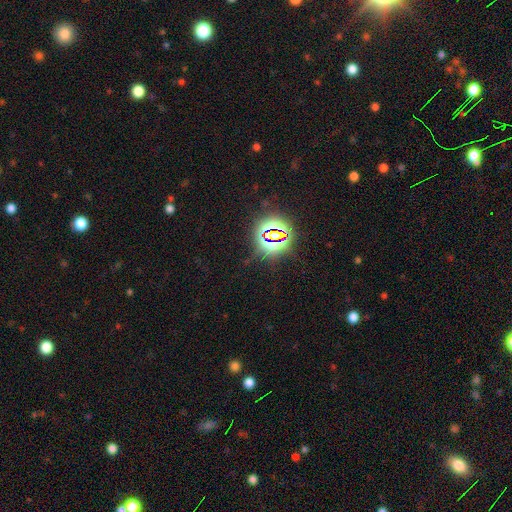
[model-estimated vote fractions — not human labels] A star or artifact, not a galaxy (80%).

Vote fractions:
- Smooth or featured? star or artifact: 80% / smooth: 12% / featured or disk: 7%